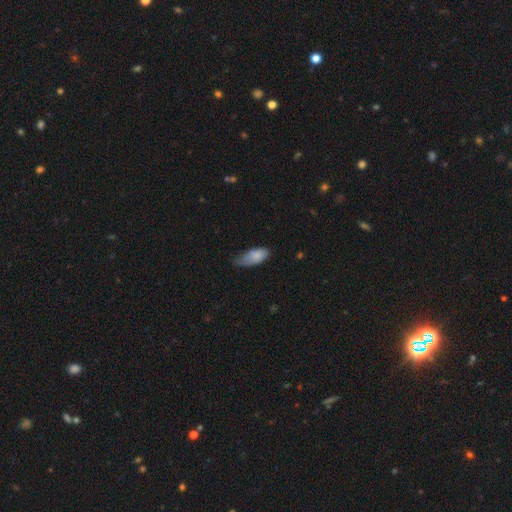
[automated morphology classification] Smooth or featured? Predicted: smooth (p=0.82). How rounded? Predicted: in between (p=0.89). Merging? Predicted: minor disturbance (p=0.48).